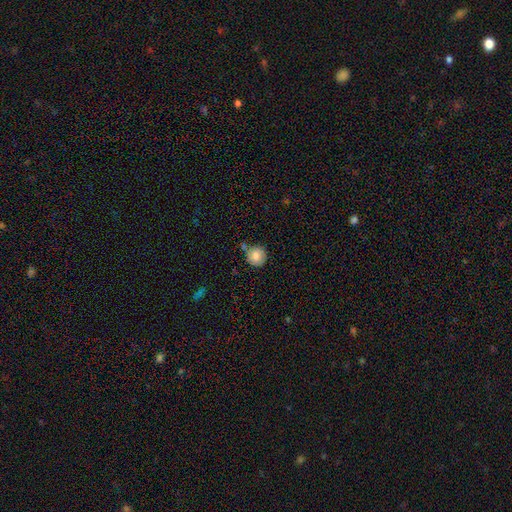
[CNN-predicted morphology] Smooth or featured: smooth — 79% (featured or disk — 12%)
How rounded: round — 90% (in between — 9%)
Merging: none — 74% (minor disturbance — 15%)